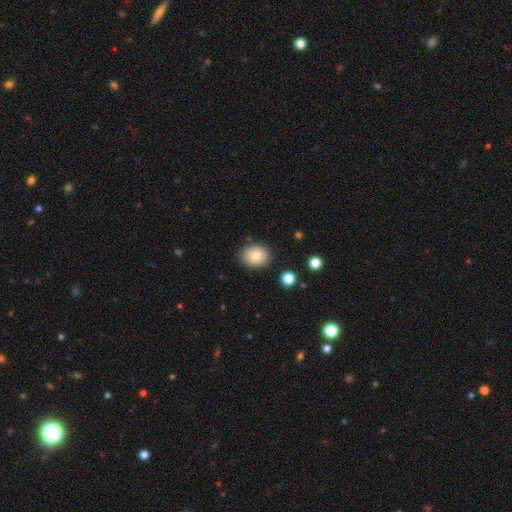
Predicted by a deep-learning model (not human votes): Smooth or featured: smooth — 80% (featured or disk — 11%)
How rounded: round — 61% (in between — 38%)
Merging: none — 86% (minor disturbance — 9%)